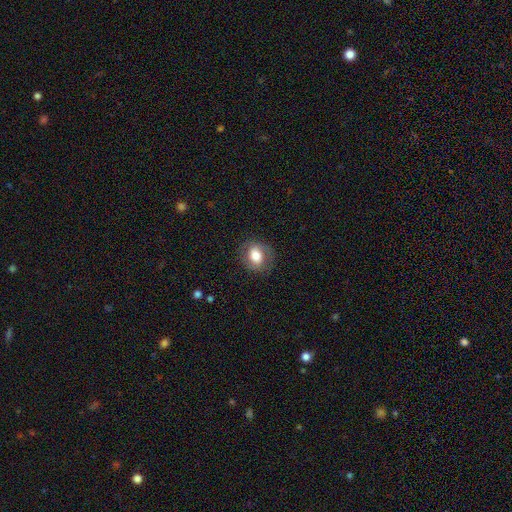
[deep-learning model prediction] A smooth galaxy with no disk features (64%) that is in between round and cigar-shaped (50%).

Vote fractions:
- Smooth or featured? smooth: 64% / featured or disk: 28% / star or artifact: 8%
- How rounded? in between: 50% / round: 49% / cigar-shaped: 1%
- Merging? none: 79% / minor disturbance: 14% / major disturbance: 6% / merger: 1%